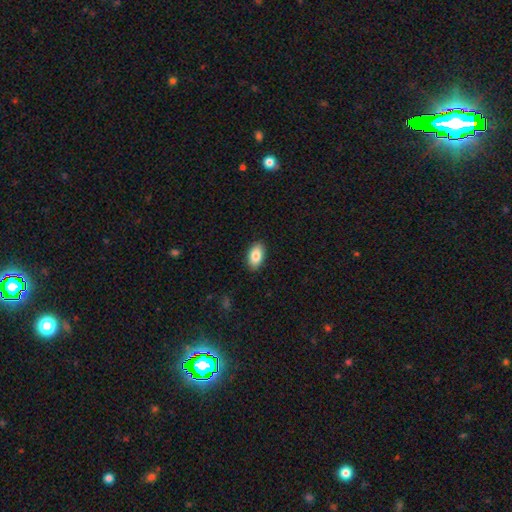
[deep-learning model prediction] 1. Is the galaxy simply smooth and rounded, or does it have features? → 85% smooth, 8% featured or disk, 7% star or artifact.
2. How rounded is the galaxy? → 93% in between, 5% round, 2% cigar-shaped.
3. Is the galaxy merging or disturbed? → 89% none, 8% minor disturbance, 2% major disturbance, 1% merger.